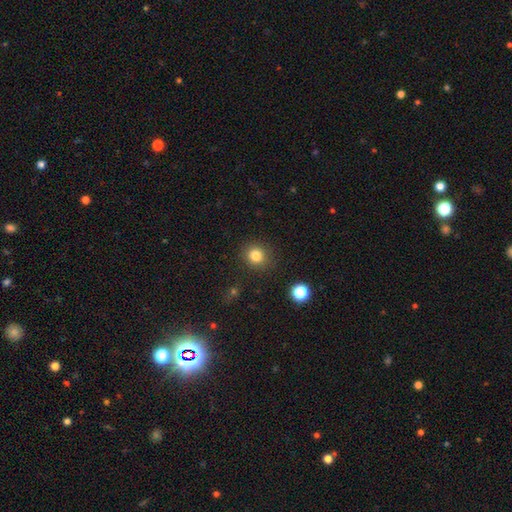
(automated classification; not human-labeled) The model was most divided on "how rounded": round: 84%, in between: 16%, cigar-shaped: 1%. More confident: merging — none (88%); smooth or featured — smooth (82%).